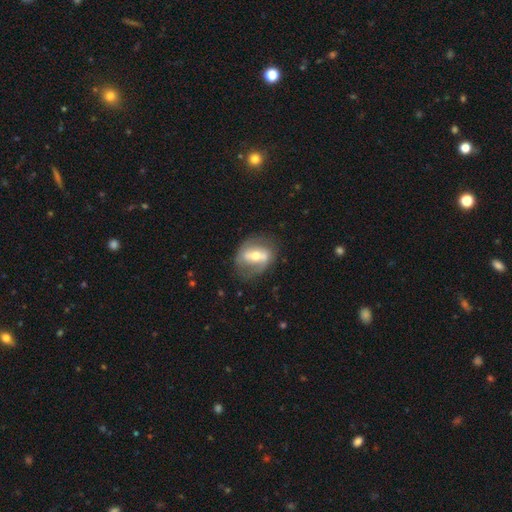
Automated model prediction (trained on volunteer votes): Morphology: type=featured or disk (68%); edge-on=no (93%); bar=strong (51%); spiral arms=yes (63%); bulge=moderate (63%); merging=none (70%).